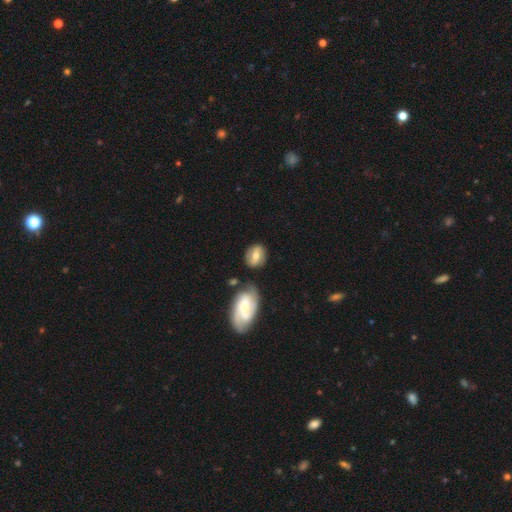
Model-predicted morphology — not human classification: This is possibly a smooth galaxy (50%). Merging: likely none (72%).